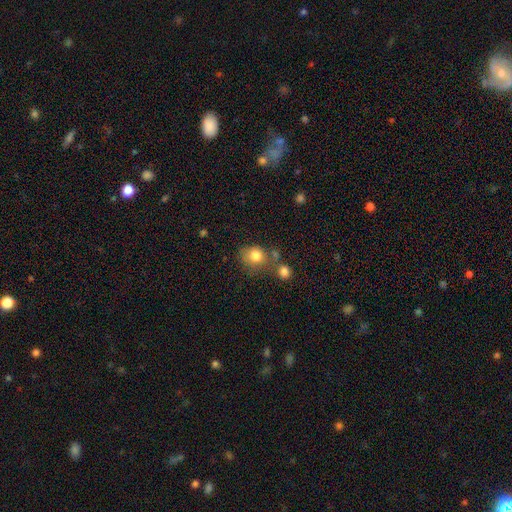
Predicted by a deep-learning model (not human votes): This appears to be a smooth galaxy with no disk features (80%) that is round (71%). Merging: none (52%).